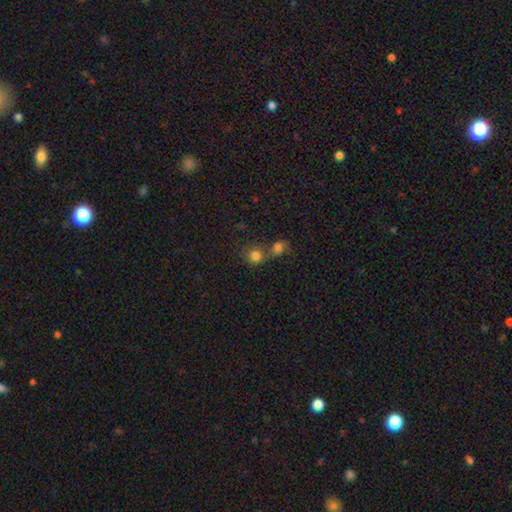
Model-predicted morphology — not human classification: A smooth galaxy with no disk features (80%) that is round (84%). Merging: merger (51%).